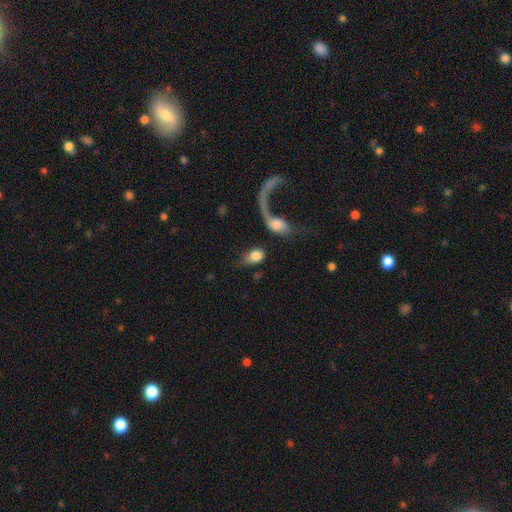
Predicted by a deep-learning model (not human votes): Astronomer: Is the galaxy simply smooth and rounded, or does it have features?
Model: smooth — 75%.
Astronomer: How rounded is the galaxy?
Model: in between — 77%.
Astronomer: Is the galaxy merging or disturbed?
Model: none — 33% (runner-up: merger, 28%).